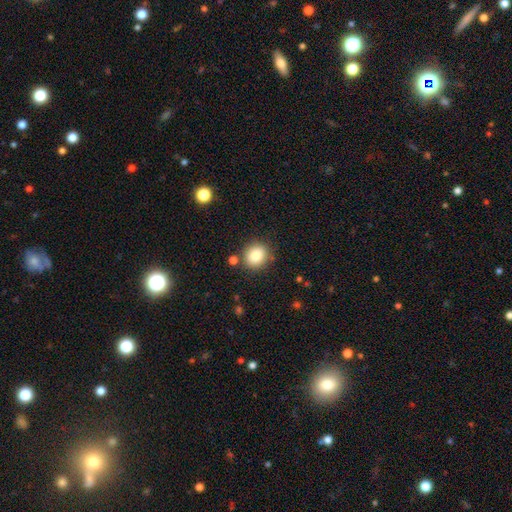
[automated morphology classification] Overall: smooth (83%). How rounded: round (82%). Merging: none (83%).